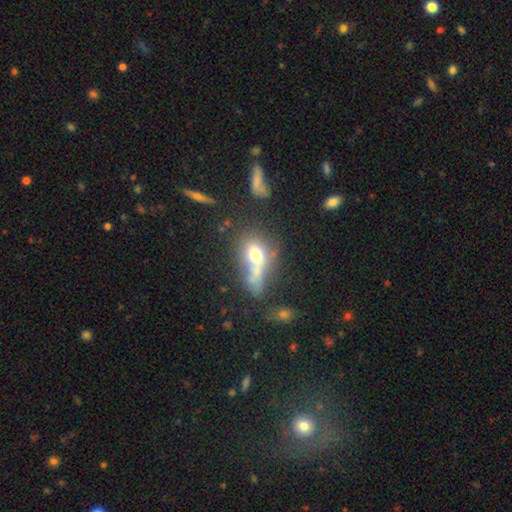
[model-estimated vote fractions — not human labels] Smooth or featured: smooth — 60% (featured or disk — 26%)
How rounded: in between — 55% (round — 40%)
Merging: merger — 35% (none — 30%)